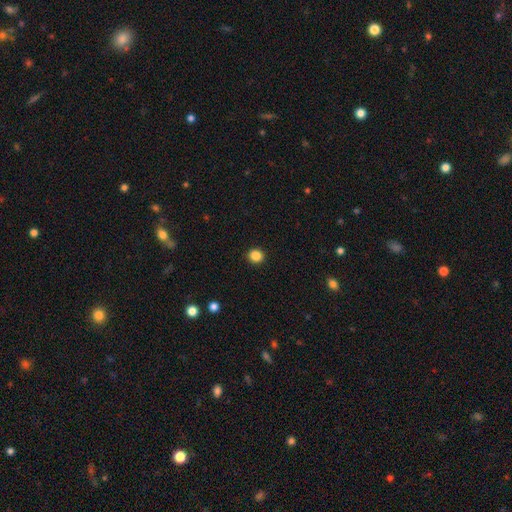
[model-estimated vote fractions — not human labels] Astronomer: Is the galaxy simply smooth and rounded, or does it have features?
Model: smooth — 86%.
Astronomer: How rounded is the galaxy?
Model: round — 89%.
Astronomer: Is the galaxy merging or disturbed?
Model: none — 92%.